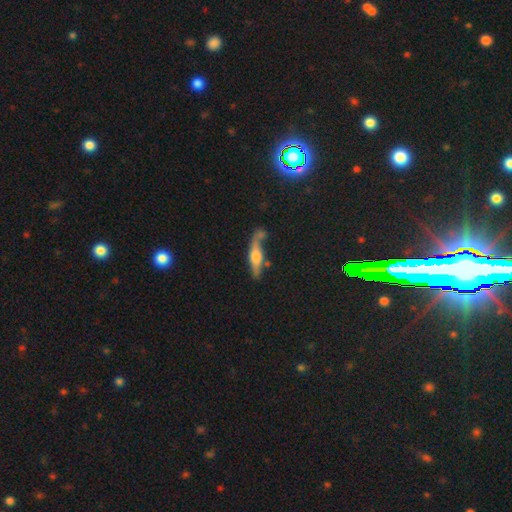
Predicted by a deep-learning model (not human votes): Smooth or featured?
  - featured or disk: 52% *
  - smooth: 41%
  - star or artifact: 7%
Edge-on disk?
  - yes: 78% *
  - no: 22%
Merging?
  - none: 53% *
  - minor disturbance: 21%
  - merger: 15%
  - major disturbance: 11%